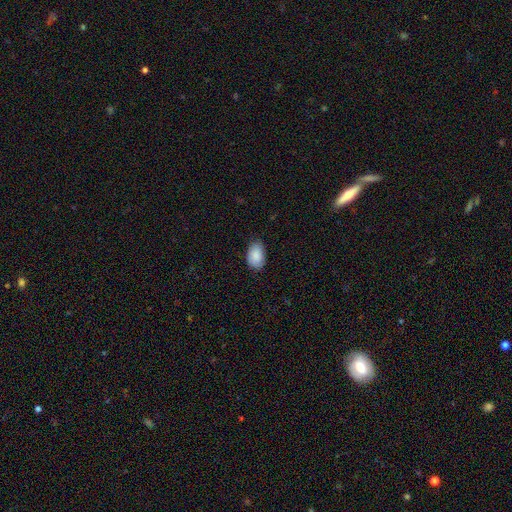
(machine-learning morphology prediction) This is clearly a smooth galaxy (88%). How rounded: clearly in between (90%). Merging: likely none (75%).